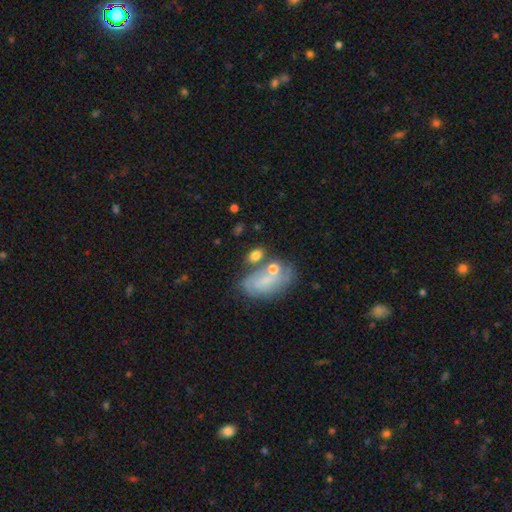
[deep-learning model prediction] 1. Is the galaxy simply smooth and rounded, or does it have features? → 67% smooth, 23% featured or disk, 10% star or artifact.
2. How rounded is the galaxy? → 75% in between, 22% round, 3% cigar-shaped.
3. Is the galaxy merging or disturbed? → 51% none, 25% merger, 17% minor disturbance, 7% major disturbance.